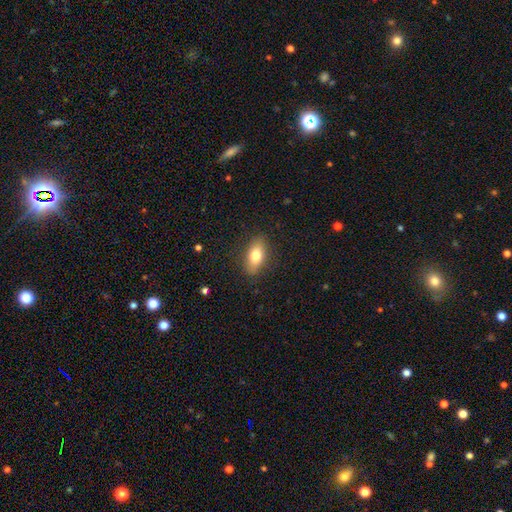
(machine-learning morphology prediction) smooth 75%, featured or disk 17%, star or artifact 7%. Down the decision tree: how rounded — in between (84%); merging — none (87%).